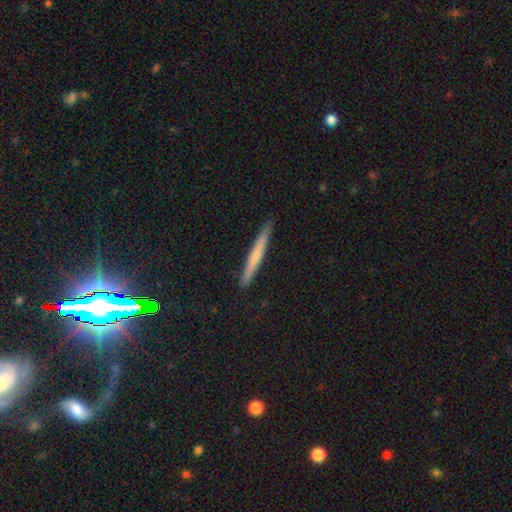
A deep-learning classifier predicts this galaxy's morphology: This is possibly a smooth galaxy (59%). How rounded: clearly cigar-shaped (97%). Merging: clearly none (91%).